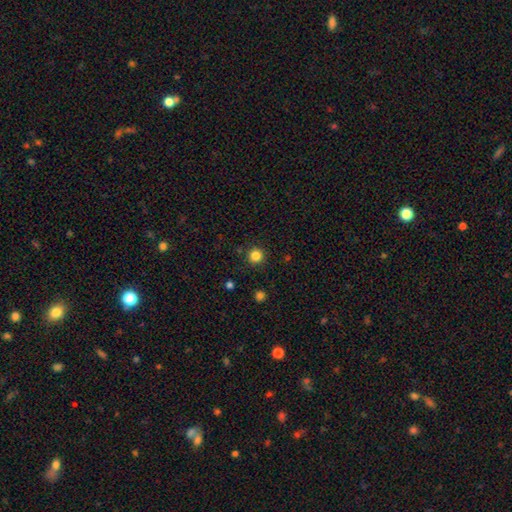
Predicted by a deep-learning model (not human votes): This appears to be a smooth galaxy with no disk features (83%) that is round (95%). Merging: none (91%).